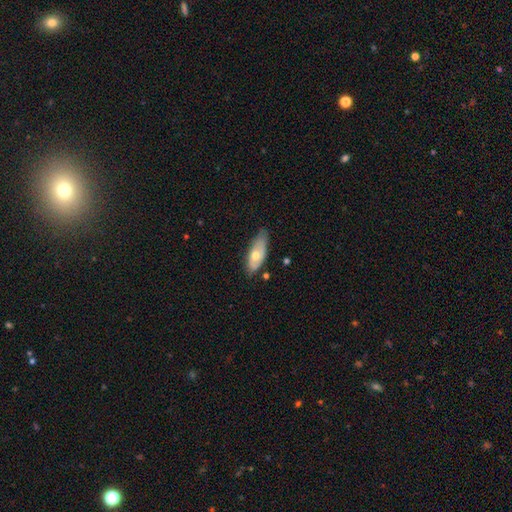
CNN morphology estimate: Overall: smooth (58%; featured or disk 36%). How rounded: in between (82%). Merging: none (54%; minor disturbance 35%).